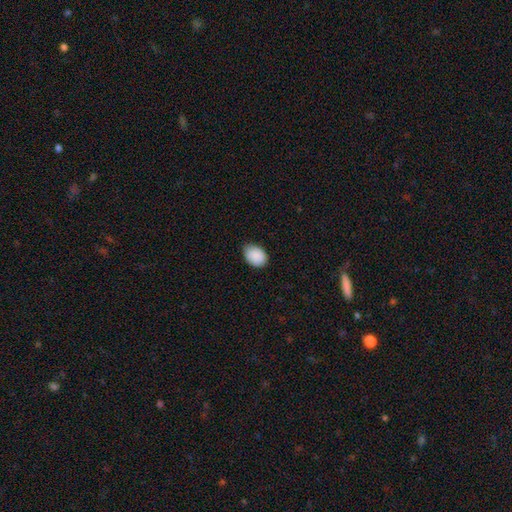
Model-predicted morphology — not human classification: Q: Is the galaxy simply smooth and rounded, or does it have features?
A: smooth — 90%.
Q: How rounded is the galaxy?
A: in between — 76%.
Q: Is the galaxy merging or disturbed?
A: none — 76%.